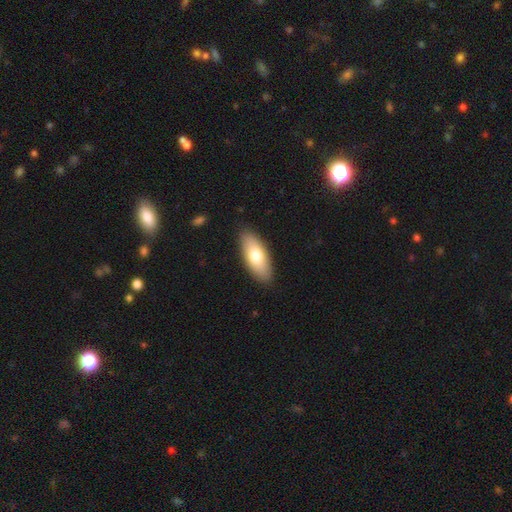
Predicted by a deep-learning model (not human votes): smooth-or-featured: smooth: 73% | featured or disk: 21% | star or artifact: 6%
  how-rounded: in between: 81% | cigar-shaped: 16% | round: 2%
  merging: none: 88% | minor disturbance: 9% | major disturbance: 2% | merger: 1%